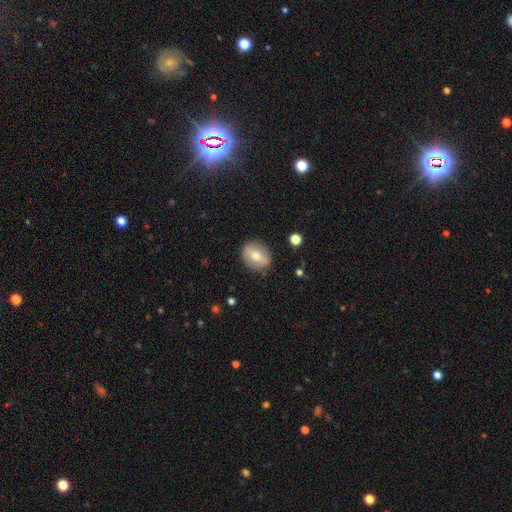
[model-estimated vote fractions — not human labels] A smooth galaxy with no disk features (52%) that is round (59%). Merging: none (86%).